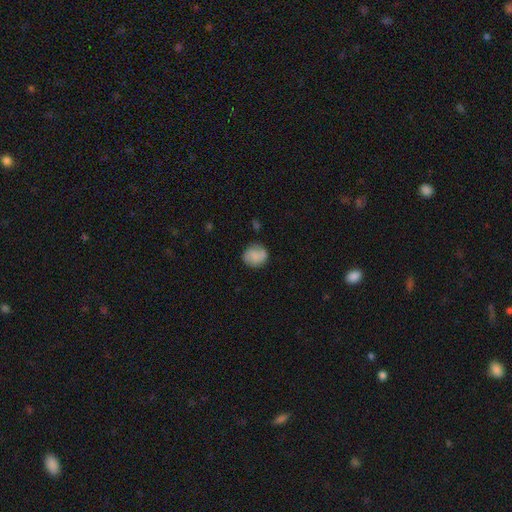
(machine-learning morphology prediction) type=smooth (67%); roundness=round (78%); merging=none (70%).